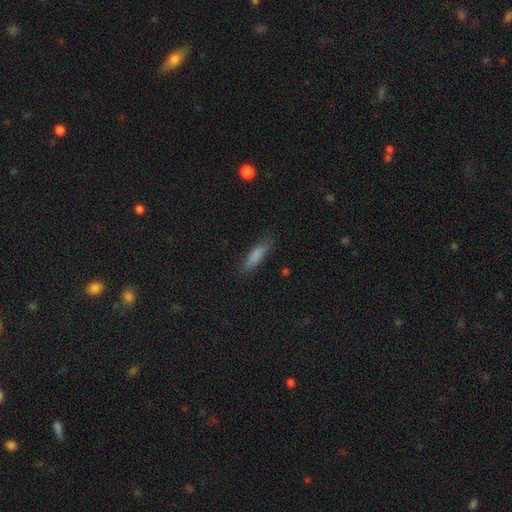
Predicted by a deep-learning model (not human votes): A smooth galaxy with no disk features (80%) that is cigar-shaped (63%). Merging: none (80%).